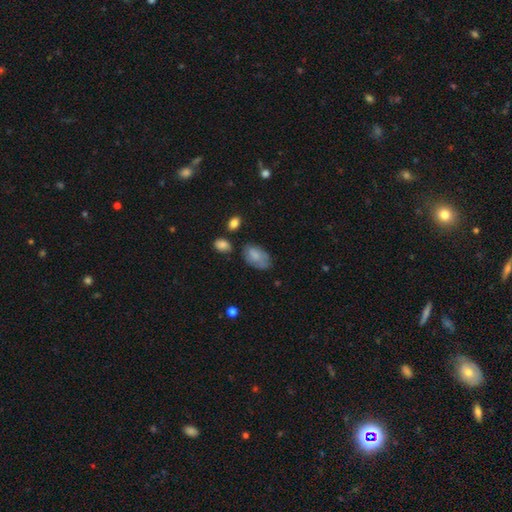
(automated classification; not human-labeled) smooth 77%, featured or disk 16%, star or artifact 7%. Down the decision tree: how rounded — in between (92%); merging — none (60%).